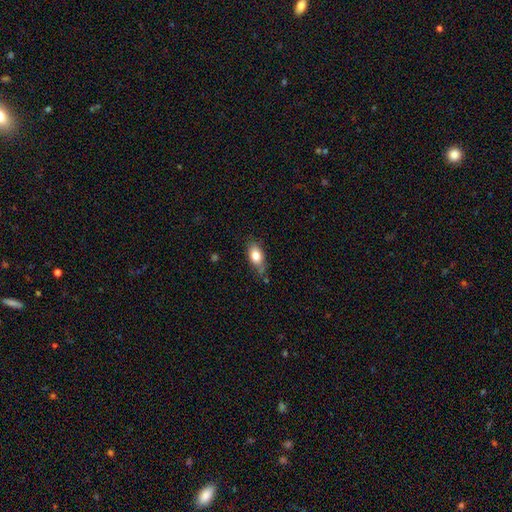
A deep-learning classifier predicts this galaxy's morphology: type=smooth (79%); roundness=in between (85%); merging=none (62%).